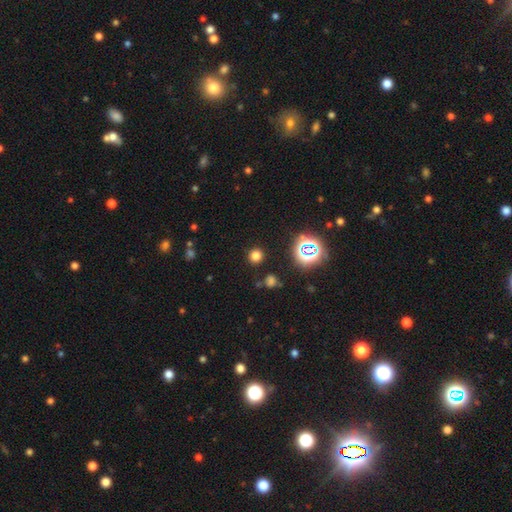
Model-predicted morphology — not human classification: A smooth galaxy with no disk features (72%) that is round (92%).

Vote fractions:
- Smooth or featured? smooth: 72% / star or artifact: 22% / featured or disk: 5%
- How rounded? round: 92% / in between: 7% / cigar-shaped: 1%
- Merging? none: 89% / minor disturbance: 6% / major disturbance: 3% / merger: 3%